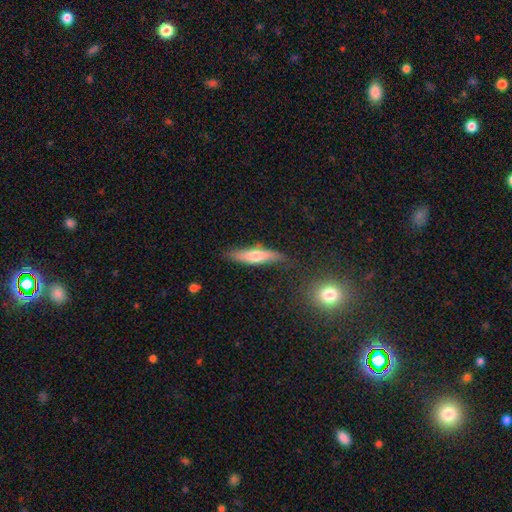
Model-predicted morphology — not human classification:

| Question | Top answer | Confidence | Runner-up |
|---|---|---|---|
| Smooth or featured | smooth | 57% | featured or disk (37%) |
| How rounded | cigar-shaped | 75% | in between (23%) |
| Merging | none | 76% | minor disturbance (17%) |